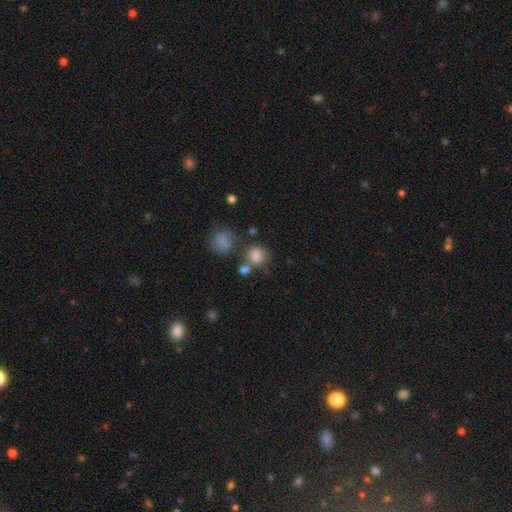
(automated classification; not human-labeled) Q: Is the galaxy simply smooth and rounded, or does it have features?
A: smooth — 81%.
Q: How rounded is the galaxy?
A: round — 74%.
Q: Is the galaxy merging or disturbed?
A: none — 57%.